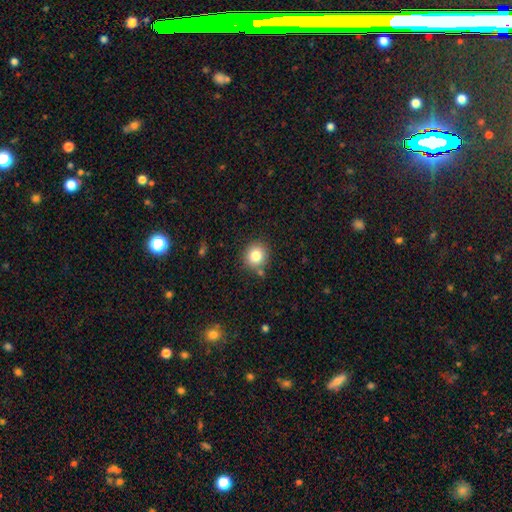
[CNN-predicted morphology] Smooth or featured? smooth (82%)
How rounded? round (86%)
Merging? none (84%)